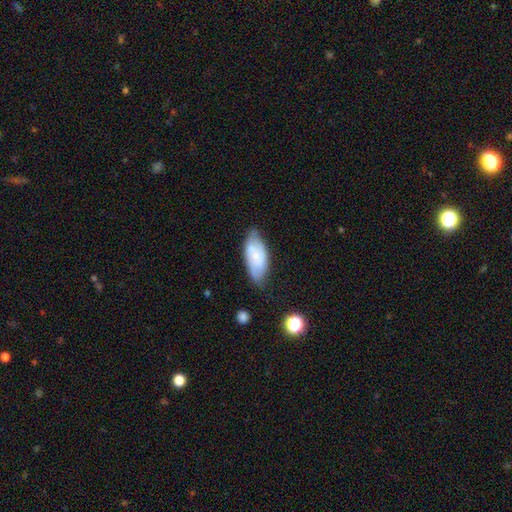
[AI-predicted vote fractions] smooth_or_featured: smooth (p=0.55) [alt: featured or disk p=0.36]
how_rounded: in between (p=0.84) [alt: cigar-shaped p=0.14]
merging: none (p=0.66) [alt: minor disturbance p=0.25]